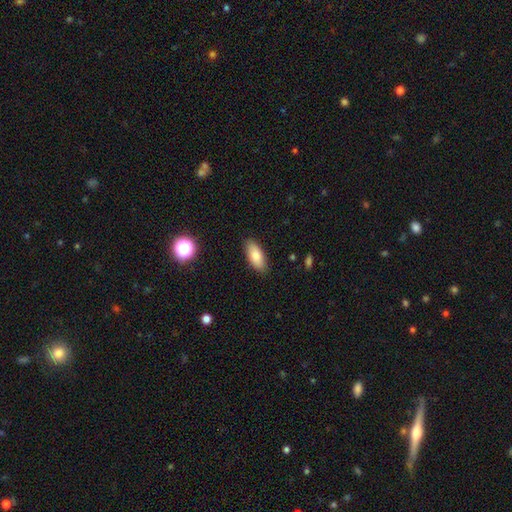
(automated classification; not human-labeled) Overall: smooth (82%). How rounded: in between (85%). Merging: none (88%).